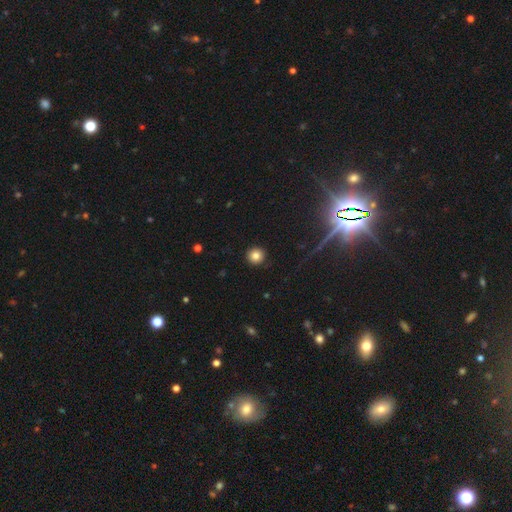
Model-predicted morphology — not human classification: The model was most divided on "smooth or featured": smooth: 82%, star or artifact: 12%, featured or disk: 7%. More confident: how rounded — round (95%); merging — none (91%).